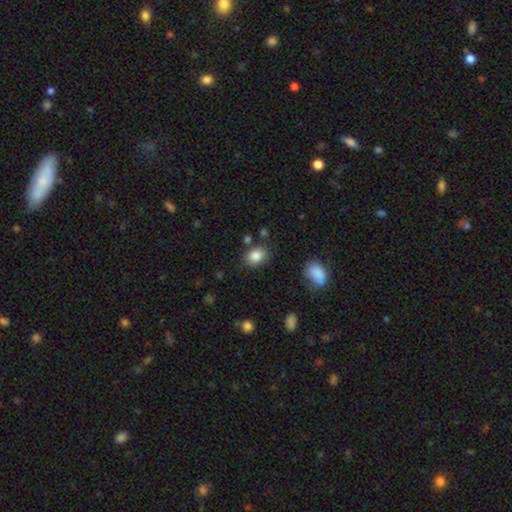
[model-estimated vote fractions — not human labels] Smooth or featured? smooth (86%)
How rounded? in between (67%)
Merging? none (79%)